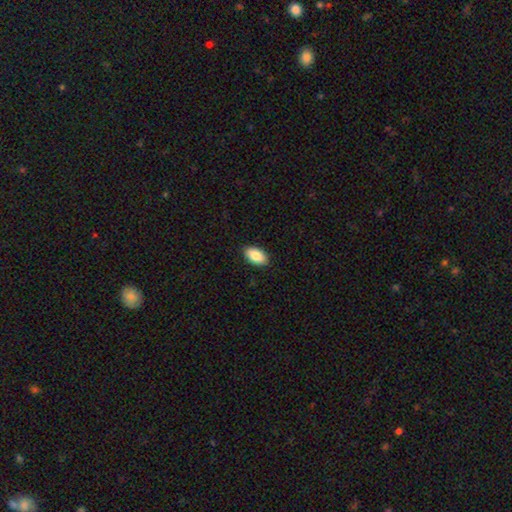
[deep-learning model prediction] This appears to be a smooth galaxy with no disk features (88%) that is in between round and cigar-shaped (95%). Merging: none (90%).